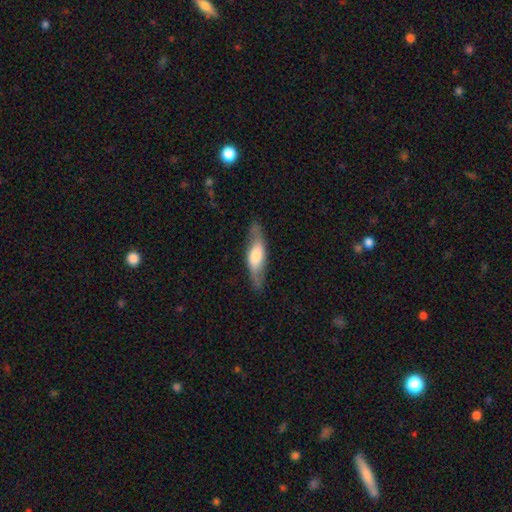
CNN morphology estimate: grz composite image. It shows a featured or disk galaxy (49%). Merging: none (78%).